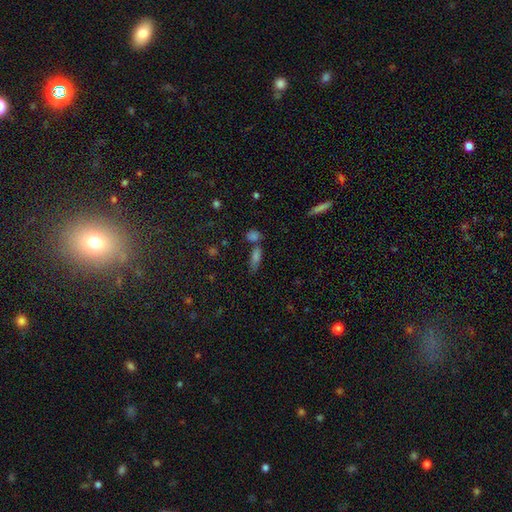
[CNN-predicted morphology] This appears to be a smooth galaxy with no disk features (61%) that is in between round and cigar-shaped (55%). Merging: none (57%).